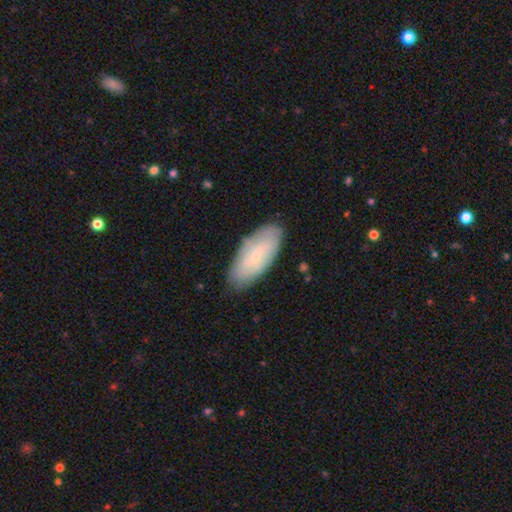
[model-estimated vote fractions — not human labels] A smooth galaxy with no disk features (56%) that is in between round and cigar-shaped (87%).

Vote fractions:
- Smooth or featured? smooth: 56% / featured or disk: 37% / star or artifact: 7%
- How rounded? in between: 87% / cigar-shaped: 11% / round: 2%
- Merging? none: 81% / minor disturbance: 14% / major disturbance: 3% / merger: 1%